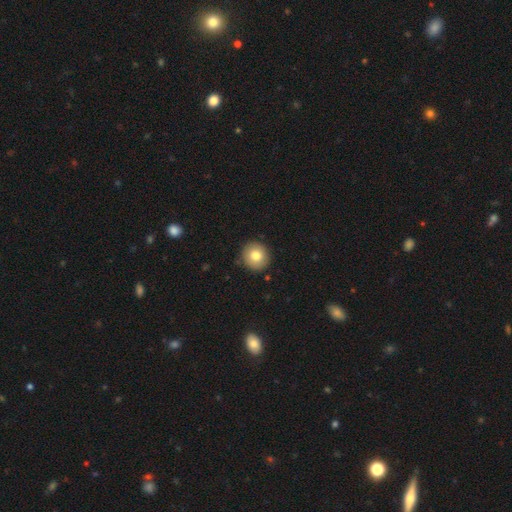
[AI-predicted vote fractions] A smooth galaxy with no disk features (80%) that is round (91%). Merging: none (90%).